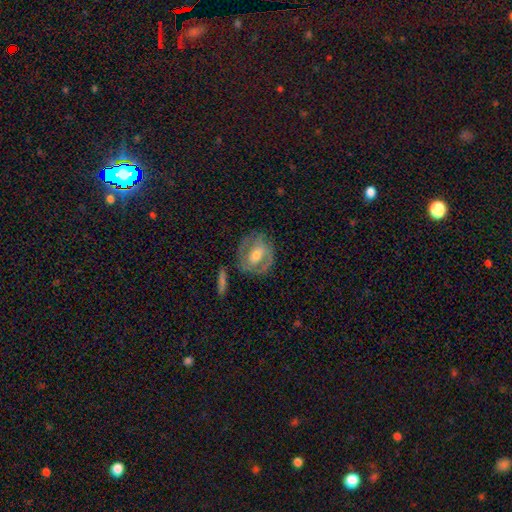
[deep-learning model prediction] Overall: featured or disk (59%; smooth 34%). Edge-on disk: no (95%). Bar: no (42%; weak 39%). Spiral arms: yes (56%; no 44%). Bulge size: moderate (66%). Merging: none (72%).